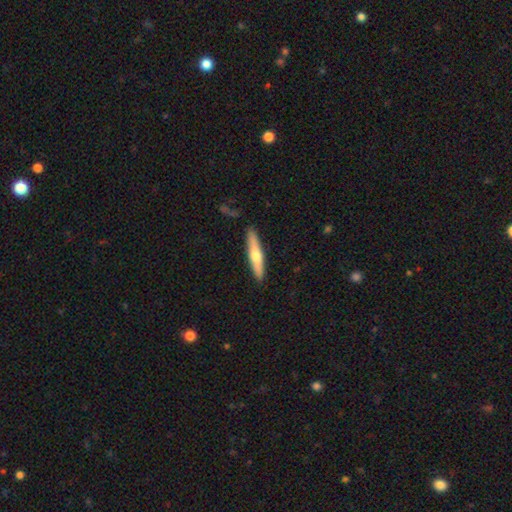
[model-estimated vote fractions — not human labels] A smooth galaxy with no disk features (50%) that is cigar-shaped (87%).

Vote fractions:
- Smooth or featured? smooth: 50% / featured or disk: 44% / star or artifact: 5%
- How rounded? cigar-shaped: 87% / in between: 11% / round: 2%
- Merging? none: 89% / minor disturbance: 8% / major disturbance: 2% / merger: 1%